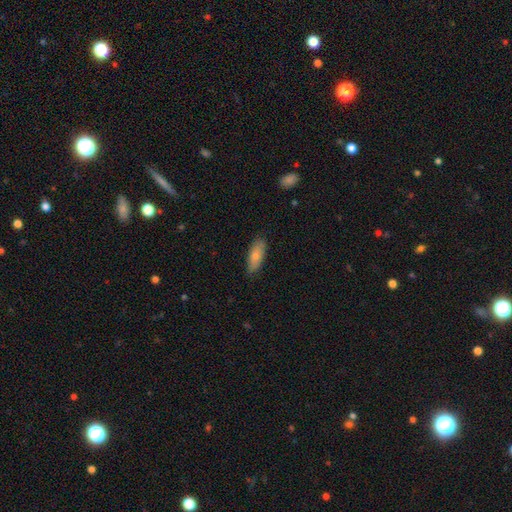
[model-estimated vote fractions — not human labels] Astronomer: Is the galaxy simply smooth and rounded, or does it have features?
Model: smooth — 82%.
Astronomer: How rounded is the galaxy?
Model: in between — 72%.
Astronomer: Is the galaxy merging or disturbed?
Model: none — 83%.